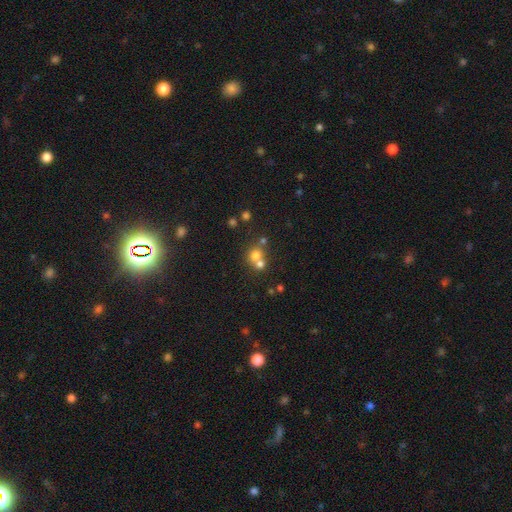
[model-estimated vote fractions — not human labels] Smooth or featured?
  - smooth: 68% *
  - star or artifact: 18%
  - featured or disk: 15%
How rounded?
  - round: 81% *
  - in between: 18%
  - cigar-shaped: 1%
Merging?
  - merger: 49% *
  - none: 41%
  - minor disturbance: 6%
  - major disturbance: 3%